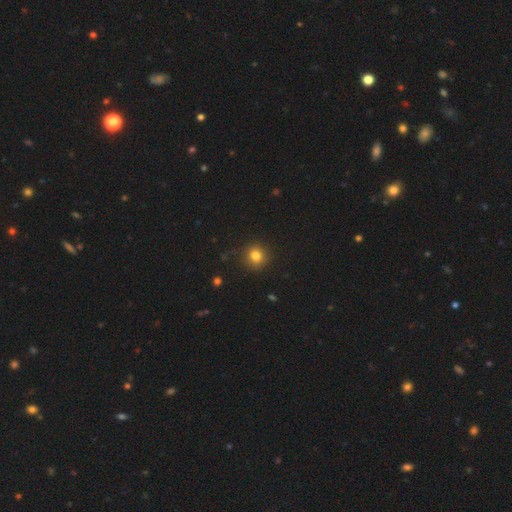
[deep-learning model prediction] smooth-or-featured: smooth: 81% | star or artifact: 13% | featured or disk: 6%
  how-rounded: round: 87% | in between: 12% | cigar-shaped: 1%
  merging: none: 88% | minor disturbance: 8% | major disturbance: 2% | merger: 1%